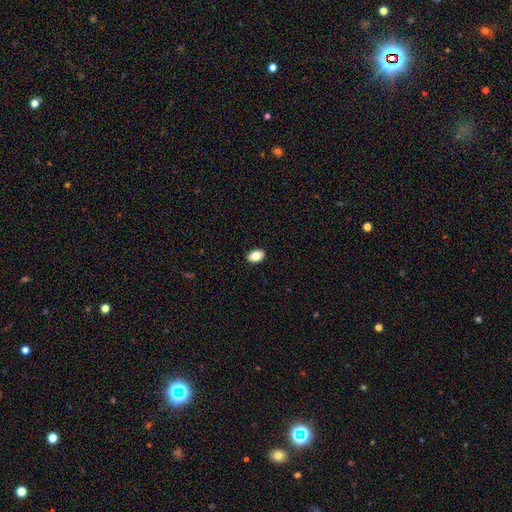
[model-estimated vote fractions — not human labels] Smooth or featured? smooth (84%)
How rounded? in between (86%)
Merging? none (90%)